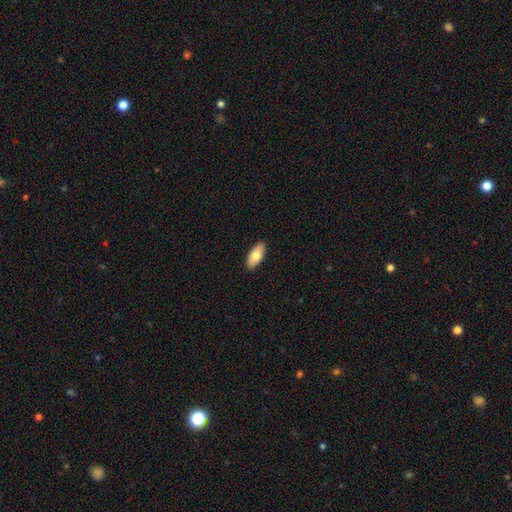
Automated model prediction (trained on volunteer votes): Smooth or featured?
  - smooth: 76% *
  - featured or disk: 18%
  - star or artifact: 6%
How rounded?
  - in between: 87% *
  - cigar-shaped: 11%
  - round: 2%
Merging?
  - none: 90% *
  - minor disturbance: 8%
  - major disturbance: 2%
  - merger: 1%